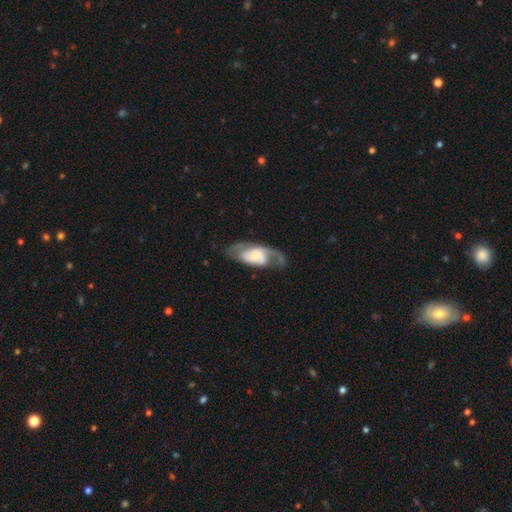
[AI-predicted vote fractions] smooth_or_featured: featured or disk (p=0.66) [alt: smooth p=0.28]
disk_edge_on: no (p=0.90) [alt: yes p=0.10]
bar: no (p=0.58) [alt: weak p=0.31]
has_spiral_arms: yes (p=0.80) [alt: no p=0.20]
bulge_size: small (p=0.37) [alt: moderate p=0.27]
merging: none (p=0.56) [alt: minor disturbance p=0.21]